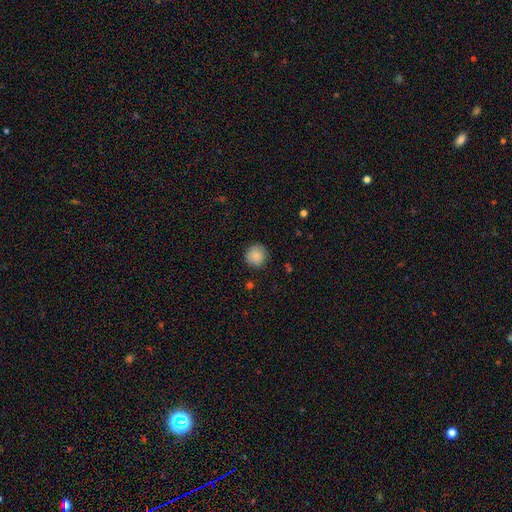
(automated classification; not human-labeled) A smooth galaxy with no disk features (87%) that is round (94%).

Vote fractions:
- Smooth or featured? smooth: 87% / star or artifact: 8% / featured or disk: 5%
- How rounded? round: 94% / in between: 6% / cigar-shaped: 1%
- Merging? none: 87% / minor disturbance: 10% / major disturbance: 2% / merger: 1%